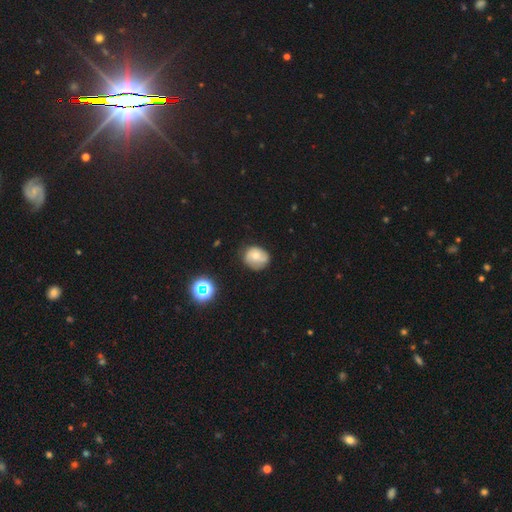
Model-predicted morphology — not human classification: Smooth or featured: smooth — 60% (featured or disk — 27%)
How rounded: round — 72% (in between — 27%)
Merging: none — 67% (minor disturbance — 25%)